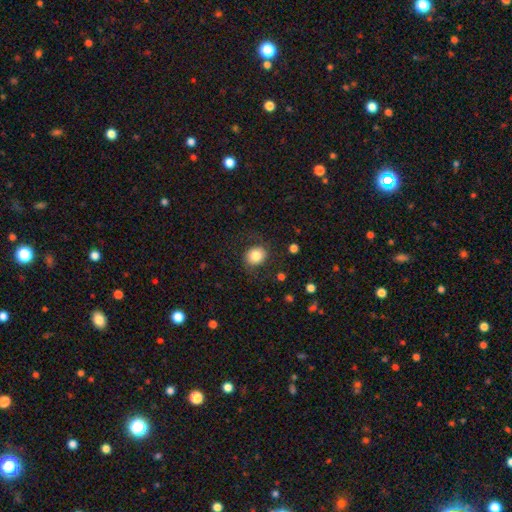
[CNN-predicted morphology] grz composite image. It shows a smooth galaxy with no disk features (77%) that is round (74%). Merging: none (76%).